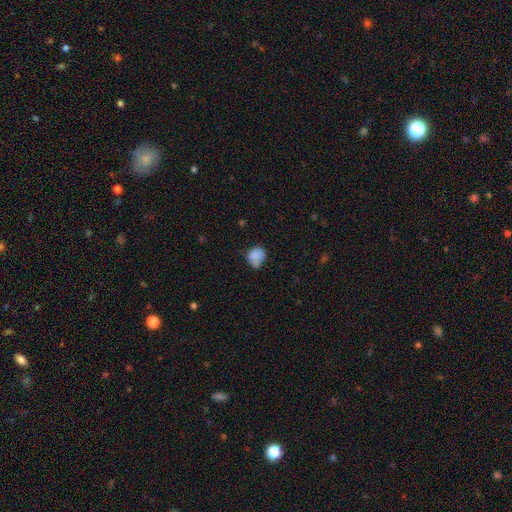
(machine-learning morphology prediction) type=smooth (81%); roundness=round (61%); merging=none (45%).